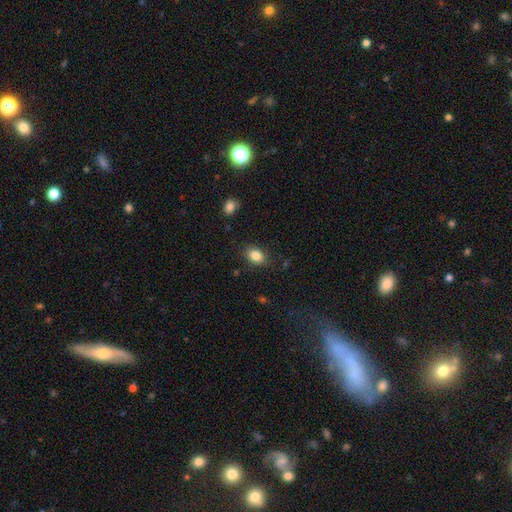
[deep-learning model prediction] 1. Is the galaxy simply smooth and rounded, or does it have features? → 85% smooth, 9% star or artifact, 6% featured or disk.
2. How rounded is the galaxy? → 78% in between, 21% round, 1% cigar-shaped.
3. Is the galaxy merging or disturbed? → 84% none, 11% minor disturbance, 3% major disturbance, 1% merger.